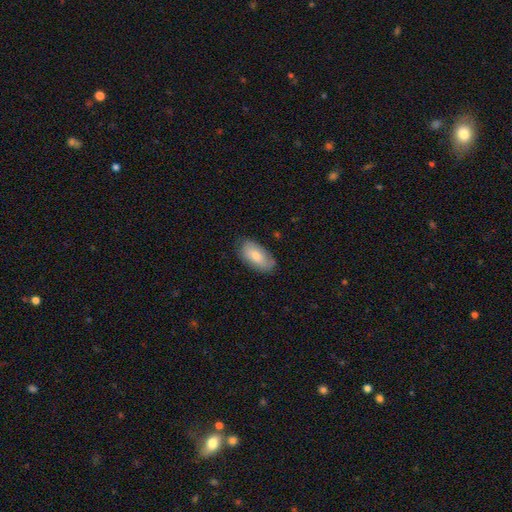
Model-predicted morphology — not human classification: Overall: smooth (76%). How rounded: in between (93%). Merging: none (76%).